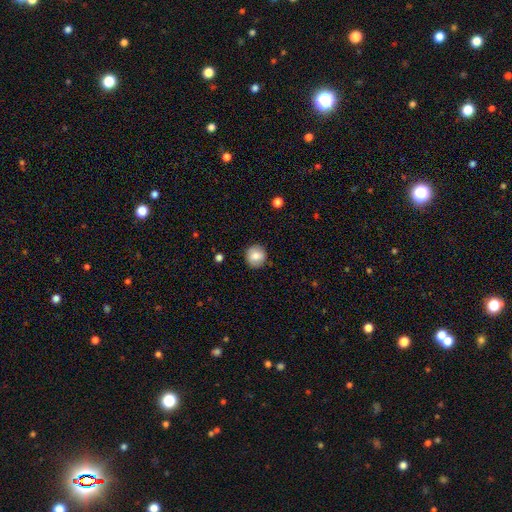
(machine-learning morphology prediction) Overall: smooth (80%). How rounded: round (91%). Merging: none (87%).